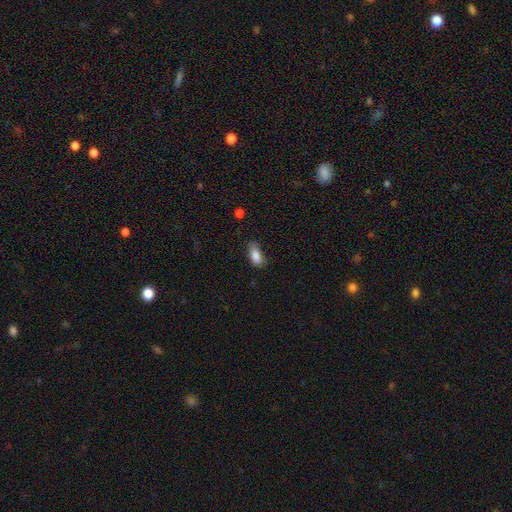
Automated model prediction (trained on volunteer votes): The model was most divided on "merging": none: 59%, minor disturbance: 31%, major disturbance: 8%, merger: 2%. More confident: how rounded — in between (86%); smooth or featured — smooth (85%).